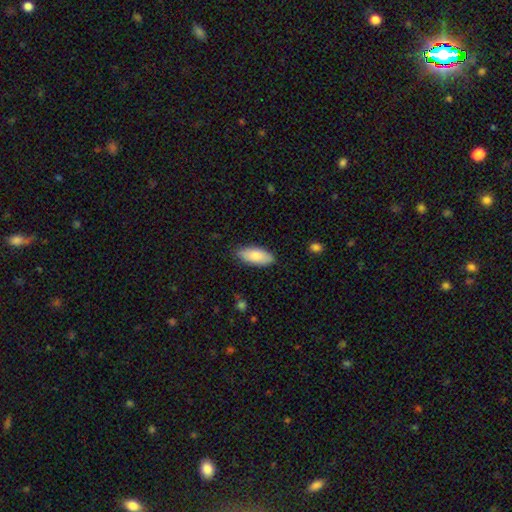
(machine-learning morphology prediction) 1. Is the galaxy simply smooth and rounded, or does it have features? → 84% smooth, 11% featured or disk, 6% star or artifact.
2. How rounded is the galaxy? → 84% in between, 14% cigar-shaped, 2% round.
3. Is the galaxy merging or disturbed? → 85% none, 12% minor disturbance, 2% major disturbance, 1% merger.